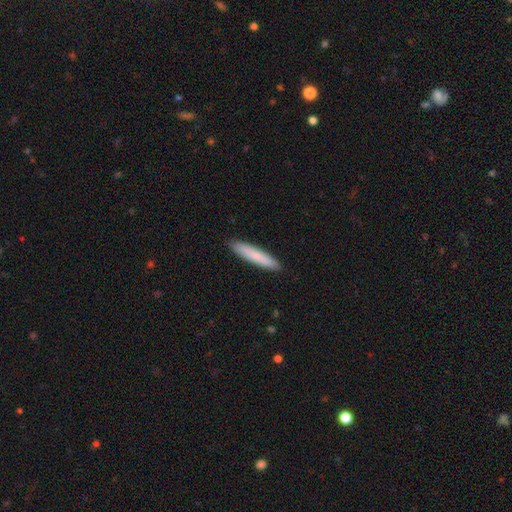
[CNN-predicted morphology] A smooth galaxy with no disk features (81%) that is cigar-shaped (90%). Merging: none (91%).